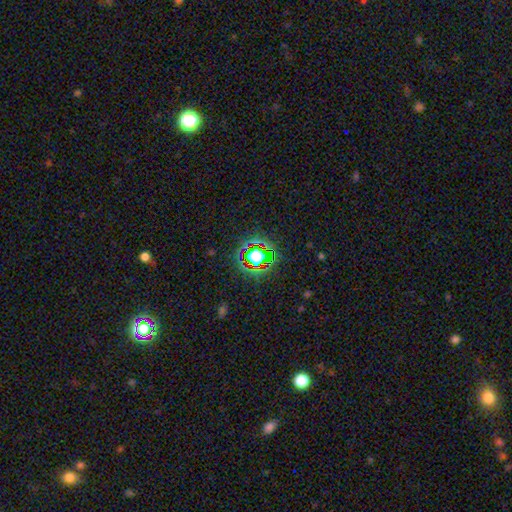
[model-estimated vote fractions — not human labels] Smooth or featured?
  - star or artifact: 63% *
  - smooth: 24%
  - featured or disk: 13%